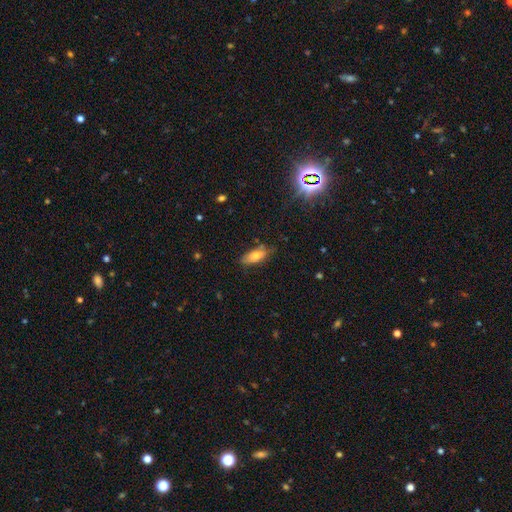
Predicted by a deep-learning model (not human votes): Smooth or featured: smooth — 72% (featured or disk — 19%)
How rounded: in between — 80% (cigar-shaped — 18%)
Merging: none — 71% (minor disturbance — 22%)